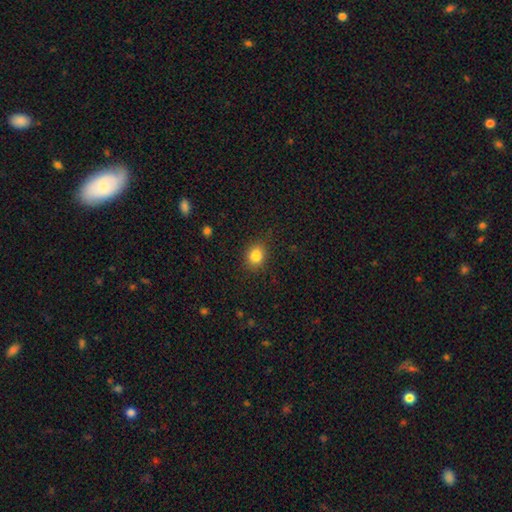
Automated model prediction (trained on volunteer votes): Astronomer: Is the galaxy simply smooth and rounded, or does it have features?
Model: smooth — 85%.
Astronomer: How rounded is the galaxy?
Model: round — 57% (runner-up: in between, 42%).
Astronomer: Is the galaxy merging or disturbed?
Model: none — 84%.